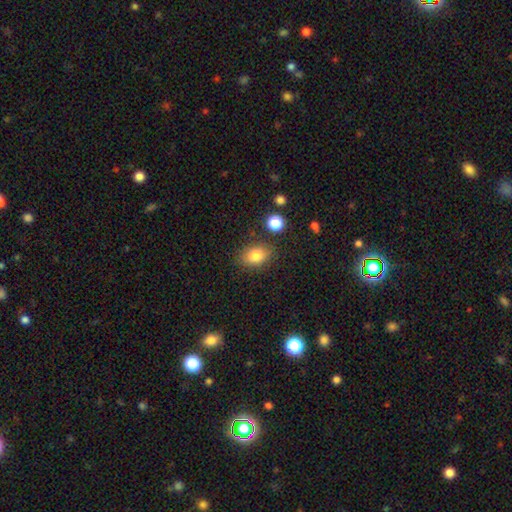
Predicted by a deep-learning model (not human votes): Smooth or featured? smooth (82%)
How rounded? in between (74%)
Merging? none (82%)